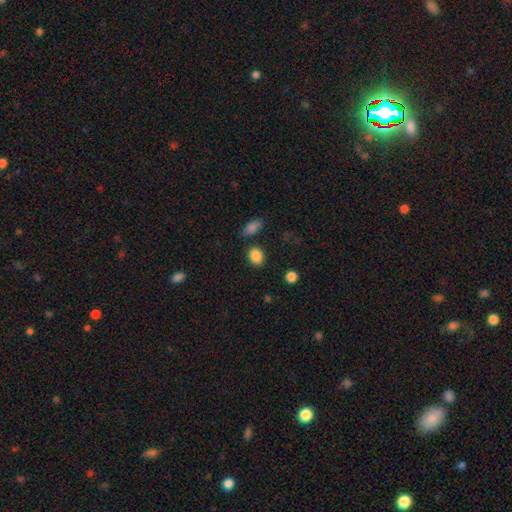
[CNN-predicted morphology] smooth-or-featured: smooth: 87% | star or artifact: 9% | featured or disk: 4%
  how-rounded: in between: 51% | round: 47% | cigar-shaped: 1%
  merging: none: 82% | minor disturbance: 10% | merger: 5% | major disturbance: 3%